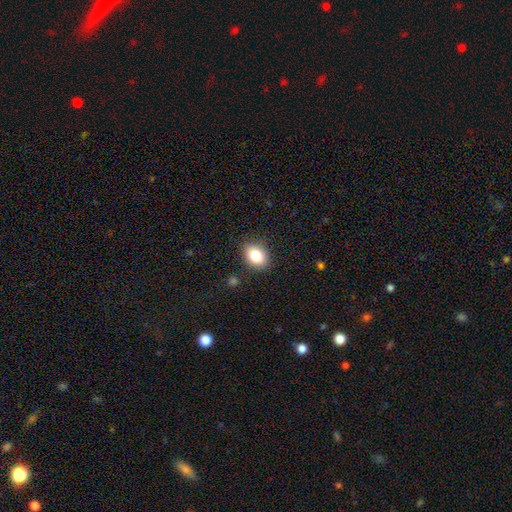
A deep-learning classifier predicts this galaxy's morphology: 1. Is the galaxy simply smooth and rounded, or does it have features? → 85% smooth, 9% star or artifact, 6% featured or disk.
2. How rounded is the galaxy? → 75% in between, 24% round, 1% cigar-shaped.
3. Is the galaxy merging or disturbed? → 86% none, 10% minor disturbance, 3% major disturbance, 1% merger.